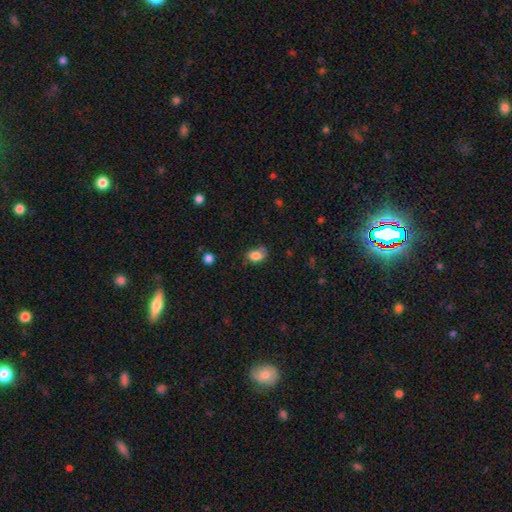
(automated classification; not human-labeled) A smooth galaxy with no disk features (77%) that is in between round and cigar-shaped (78%). Merging: none (51%).